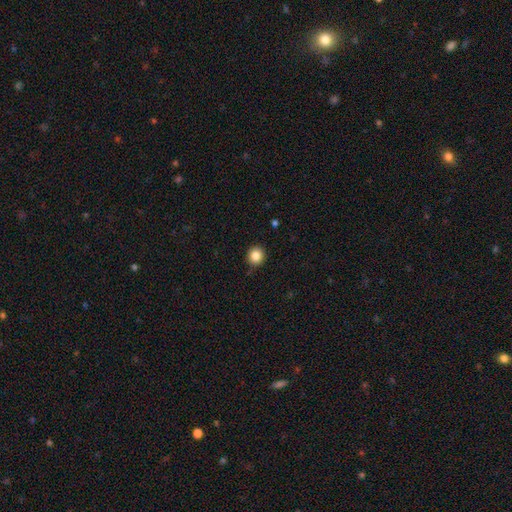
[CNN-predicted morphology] smooth_or_featured: smooth (p=0.85) [alt: star or artifact p=0.10]
how_rounded: round (p=0.90) [alt: in between p=0.09]
merging: none (p=0.88) [alt: minor disturbance p=0.09]